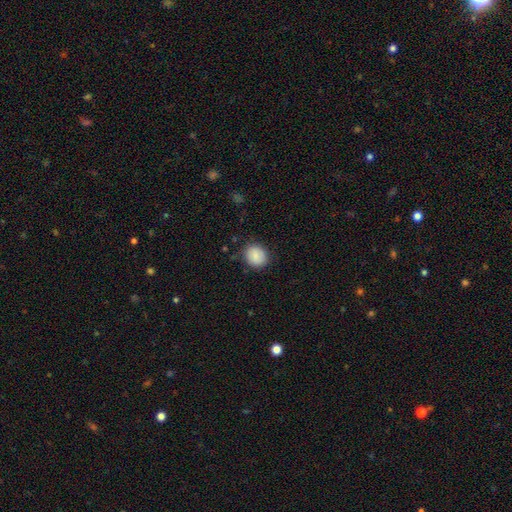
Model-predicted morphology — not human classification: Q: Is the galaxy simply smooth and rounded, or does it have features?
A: smooth — 86%.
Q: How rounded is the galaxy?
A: round — 66%.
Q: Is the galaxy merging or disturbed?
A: none — 80%.